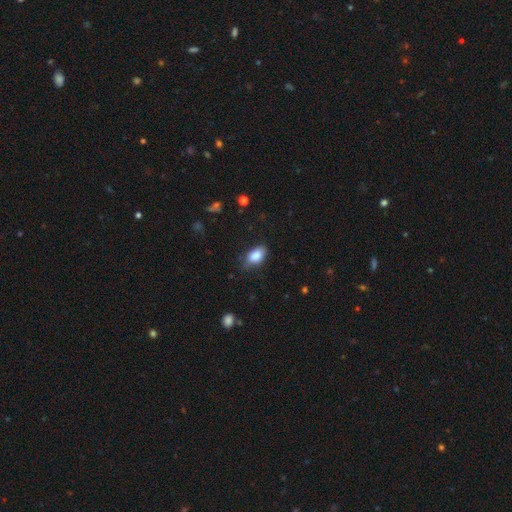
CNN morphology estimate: A smooth galaxy with no disk features (86%) that is in between round and cigar-shaped (91%). Merging: none (73%).